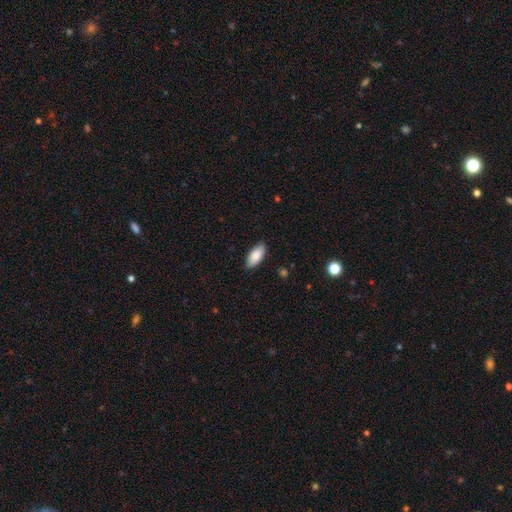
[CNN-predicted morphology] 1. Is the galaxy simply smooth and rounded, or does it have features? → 87% smooth, 7% featured or disk, 6% star or artifact.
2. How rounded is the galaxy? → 90% in between, 8% cigar-shaped, 2% round.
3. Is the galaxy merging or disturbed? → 85% none, 12% minor disturbance, 2% major disturbance, 1% merger.